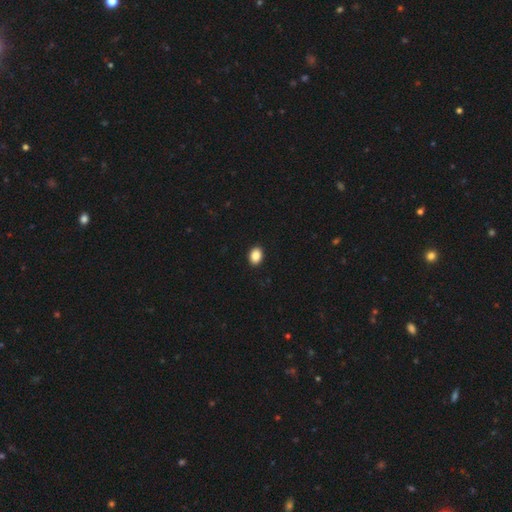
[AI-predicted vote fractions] Smooth or featured? smooth (88%)
How rounded? in between (74%)
Merging? none (92%)